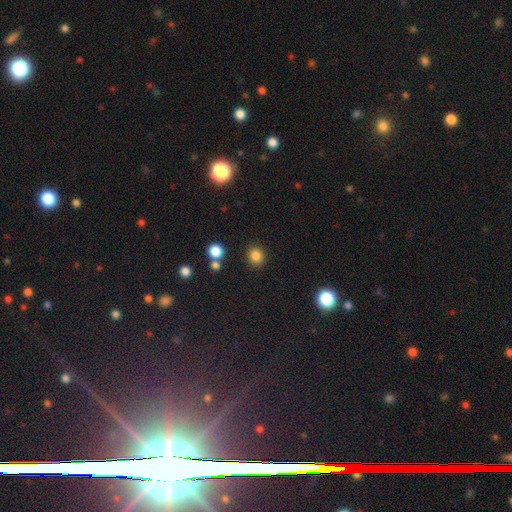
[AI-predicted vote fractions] smooth-or-featured: smooth: 83% | star or artifact: 13% | featured or disk: 4%
  how-rounded: round: 87% | in between: 12% | cigar-shaped: 1%
  merging: none: 87% | minor disturbance: 7% | merger: 4% | major disturbance: 3%